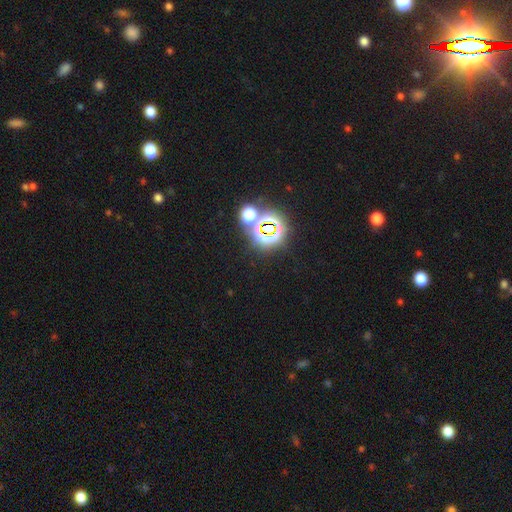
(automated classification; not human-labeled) The model was most divided on "smooth or featured": star or artifact: 80%, smooth: 13%, featured or disk: 7%.